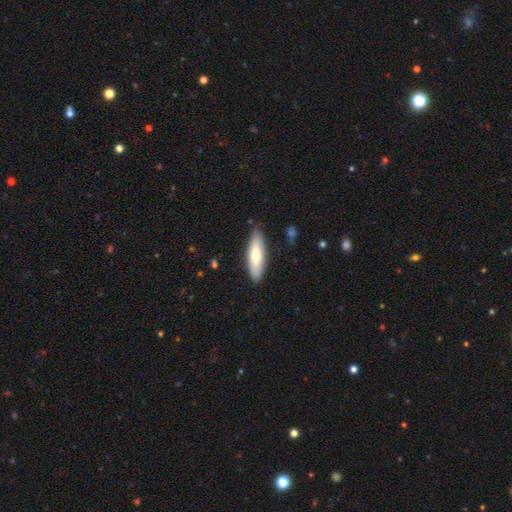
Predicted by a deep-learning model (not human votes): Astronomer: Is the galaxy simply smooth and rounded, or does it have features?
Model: smooth — 70%.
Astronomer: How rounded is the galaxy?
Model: in between — 50% (runner-up: cigar-shaped, 49%).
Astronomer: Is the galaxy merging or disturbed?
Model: none — 86%.